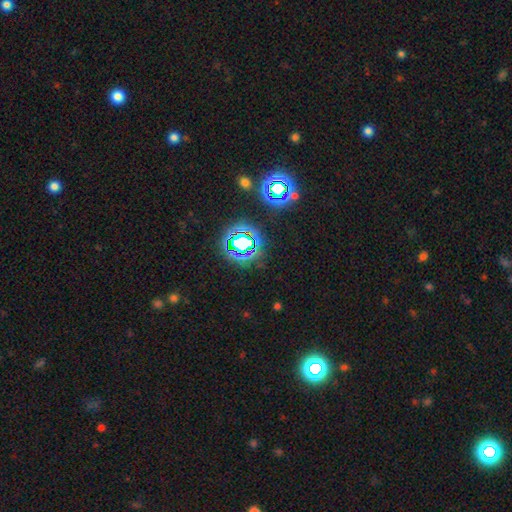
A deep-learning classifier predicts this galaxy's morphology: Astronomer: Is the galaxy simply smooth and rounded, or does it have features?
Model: star or artifact — 75%.